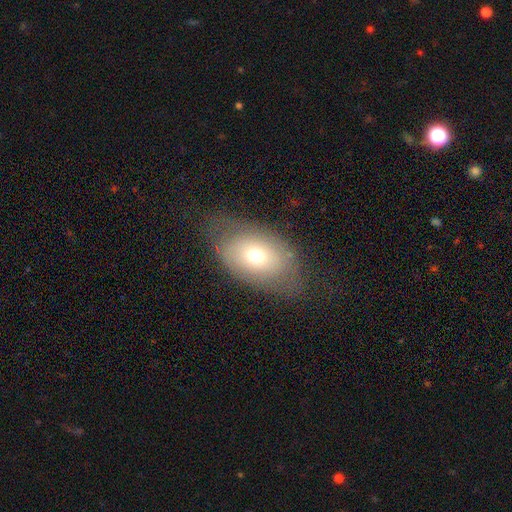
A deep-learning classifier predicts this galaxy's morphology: type=smooth (64%); roundness=in between (84%); merging=none (64%).